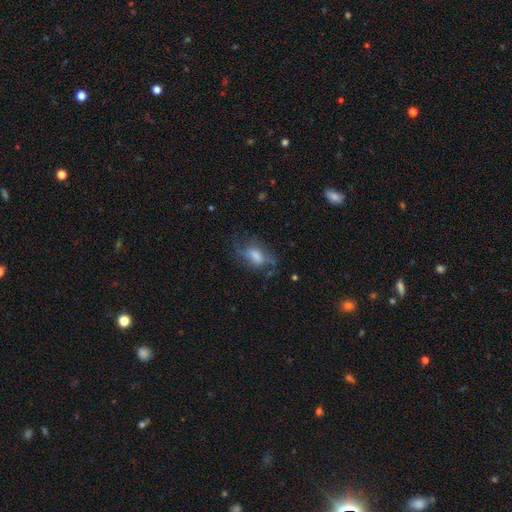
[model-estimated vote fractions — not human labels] Morphology: type=featured or disk (45%); merging=none (51%).